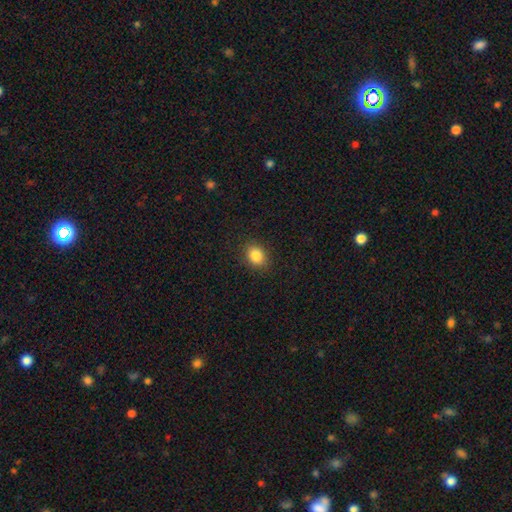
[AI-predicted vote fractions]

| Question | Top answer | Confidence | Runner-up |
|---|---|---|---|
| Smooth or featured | smooth | 85% | star or artifact (10%) |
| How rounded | round | 55% | in between (44%) |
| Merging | none | 88% | minor disturbance (9%) |